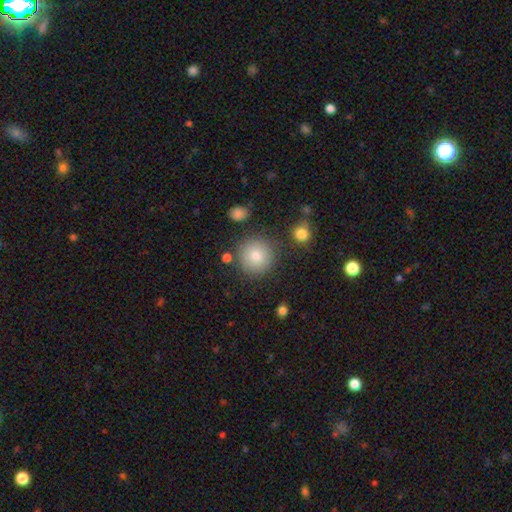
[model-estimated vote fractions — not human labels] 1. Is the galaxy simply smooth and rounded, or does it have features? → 82% smooth, 10% star or artifact, 8% featured or disk.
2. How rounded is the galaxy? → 94% round, 5% in between, 1% cigar-shaped.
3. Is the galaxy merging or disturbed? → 85% none, 8% minor disturbance, 4% merger, 3% major disturbance.